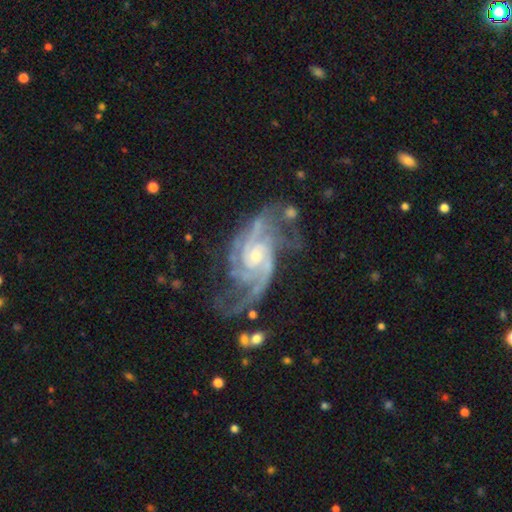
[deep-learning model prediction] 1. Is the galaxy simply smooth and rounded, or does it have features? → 92% featured or disk, 5% star or artifact, 3% smooth.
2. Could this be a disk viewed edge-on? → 97% no, 3% yes.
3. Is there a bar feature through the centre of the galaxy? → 57% no, 33% weak, 9% strong.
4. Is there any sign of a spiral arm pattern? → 98% yes, 2% no.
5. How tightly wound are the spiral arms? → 45% medium, 44% tight, 11% loose.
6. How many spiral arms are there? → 37% 2, 27% 3, 13% 4, 12% can't tell, 6% more than 4, 6% 1.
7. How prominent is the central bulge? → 59% small, 36% moderate, 3% none, 2% large, 1% dominant.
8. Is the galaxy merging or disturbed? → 60% none, 21% minor disturbance, 15% major disturbance, 3% merger.